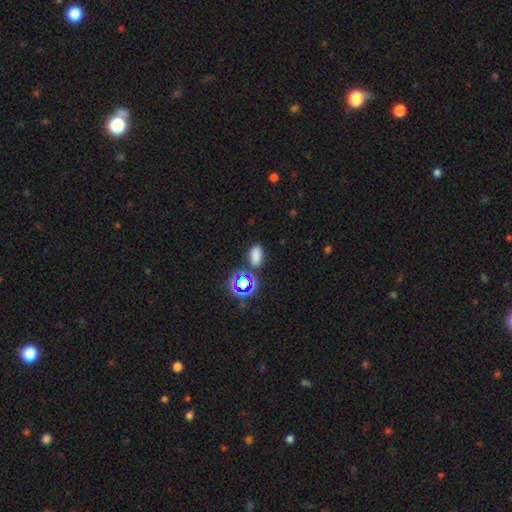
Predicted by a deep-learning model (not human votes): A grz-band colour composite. It shows a smooth galaxy with no disk features (74%) that is in between round and cigar-shaped (87%). Merging: none (80%).